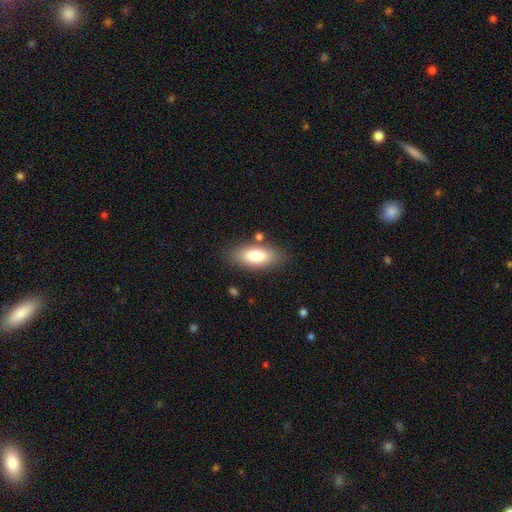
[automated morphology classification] type=smooth (82%); roundness=in between (85%); merging=none (81%).